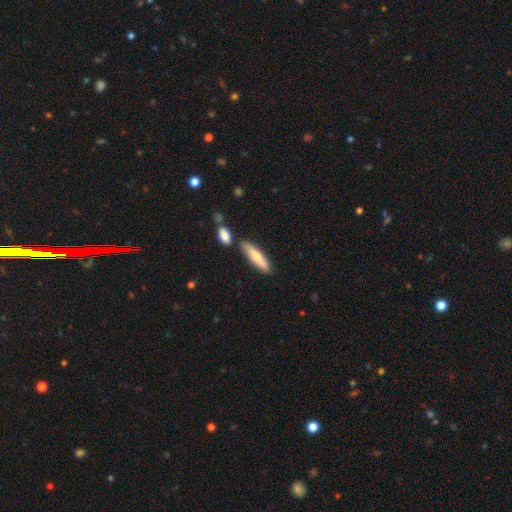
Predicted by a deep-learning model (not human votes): Smooth or featured? Predicted: smooth (p=0.76). How rounded? Predicted: cigar-shaped (p=0.74). Merging? Predicted: none (p=0.76).